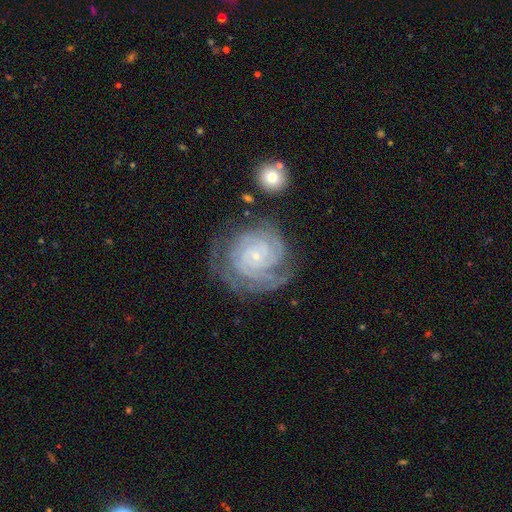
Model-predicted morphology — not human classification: Smooth or featured?
  - featured or disk: 87% *
  - smooth: 7%
  - star or artifact: 6%
Edge-on disk?
  - no: 98% *
  - yes: 2%
Bar?
  - no: 76% *
  - weak: 19%
  - strong: 5%
Spiral arms?
  - yes: 97% *
  - no: 3%
Spiral winding?
  - tight: 82% *
  - medium: 15%
  - loose: 3%
Spiral arm count?
  - 3: 25% *
  - can't tell: 24%
  - 2: 22%
  - 4: 16%
  - more than 4: 7%
  - 1: 6%
Bulge size?
  - small: 86% *
  - moderate: 9%
  - none: 3%
  - large: 1%
  - dominant: 1%
Merging?
  - none: 69% *
  - minor disturbance: 19%
  - major disturbance: 9%
  - merger: 3%